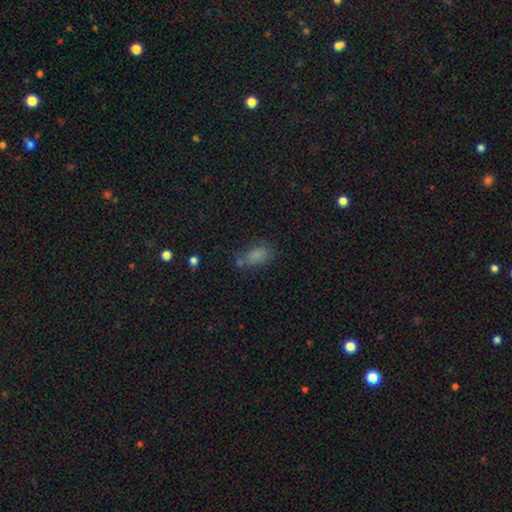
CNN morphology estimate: Smooth or featured?
  - smooth: 77% *
  - star or artifact: 15%
  - featured or disk: 8%
How rounded?
  - in between: 87% *
  - round: 9%
  - cigar-shaped: 4%
Merging?
  - none: 58% *
  - minor disturbance: 21%
  - merger: 13%
  - major disturbance: 8%